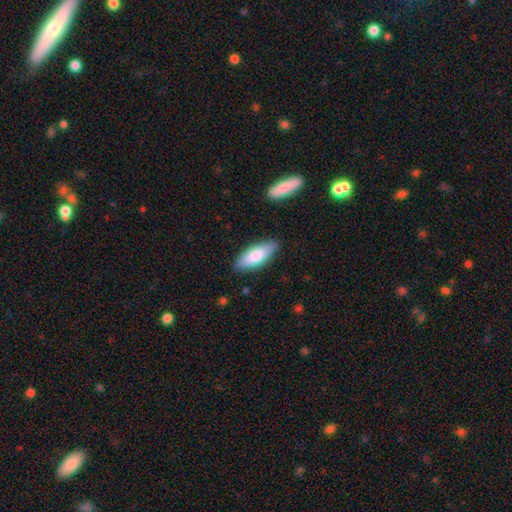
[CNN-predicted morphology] smooth-or-featured: smooth: 79% | featured or disk: 15% | star or artifact: 6%
  how-rounded: in between: 72% | cigar-shaped: 27% | round: 2%
  merging: none: 85% | minor disturbance: 11% | major disturbance: 2% | merger: 2%